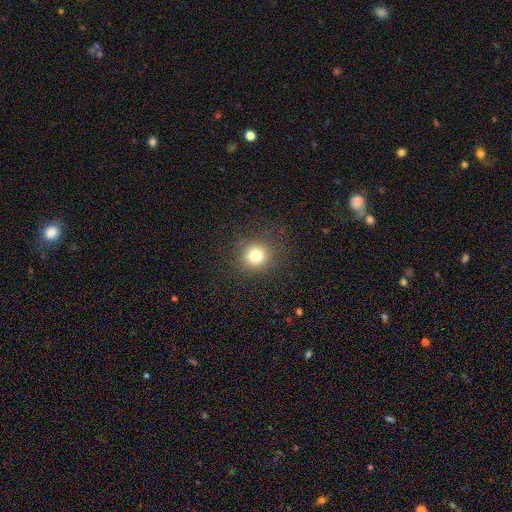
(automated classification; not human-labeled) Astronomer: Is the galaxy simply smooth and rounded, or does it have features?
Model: smooth — 77%.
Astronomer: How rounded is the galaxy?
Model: round — 91%.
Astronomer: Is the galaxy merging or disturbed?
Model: none — 87%.